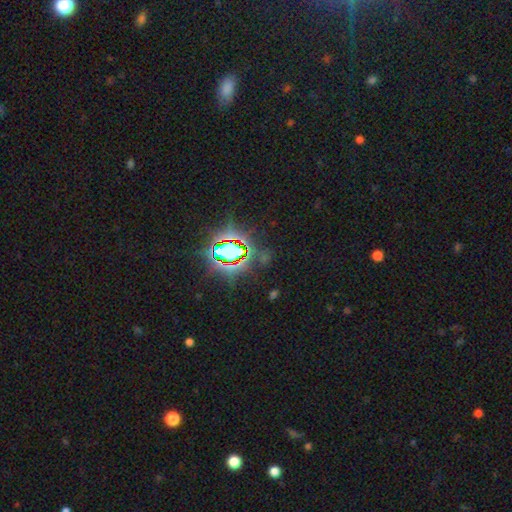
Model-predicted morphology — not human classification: star or artifact 81%, smooth 11%, featured or disk 8%.